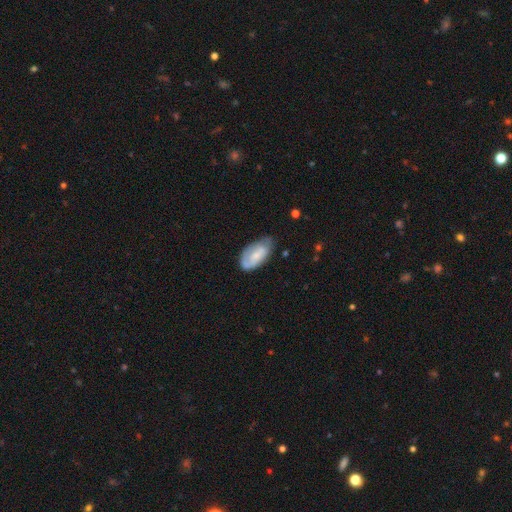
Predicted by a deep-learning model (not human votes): This appears to be a smooth galaxy with no disk features (54%) that is in between round and cigar-shaped (93%). Merging: none (53%).